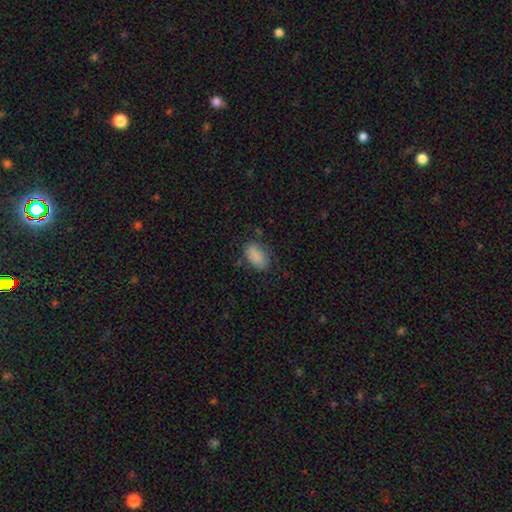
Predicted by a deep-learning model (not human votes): Smooth or featured? smooth (84%)
How rounded? in between (91%)
Merging? none (66%)